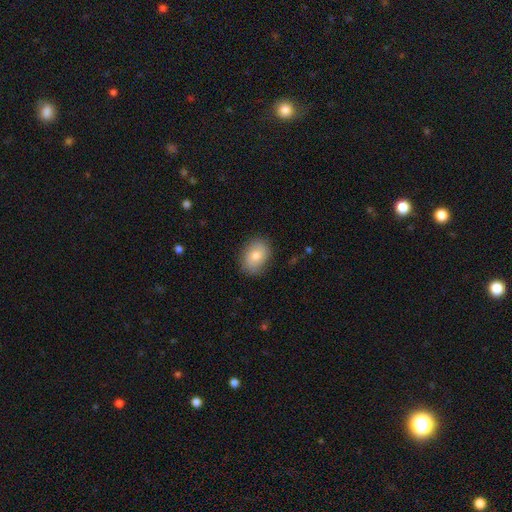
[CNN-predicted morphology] Smooth or featured?
  - smooth: 74% *
  - featured or disk: 18%
  - star or artifact: 8%
How rounded?
  - in between: 74% *
  - round: 25%
  - cigar-shaped: 1%
Merging?
  - none: 84% *
  - minor disturbance: 12%
  - major disturbance: 3%
  - merger: 1%